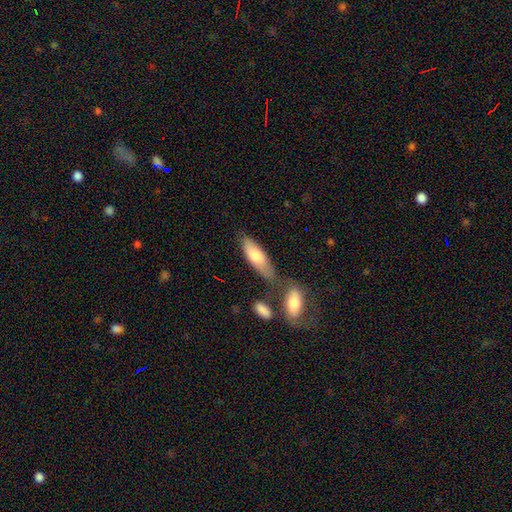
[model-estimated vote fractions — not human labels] This appears to be a smooth galaxy with no disk features (73%) that is in between round and cigar-shaped (59%). Merging: none (55%).